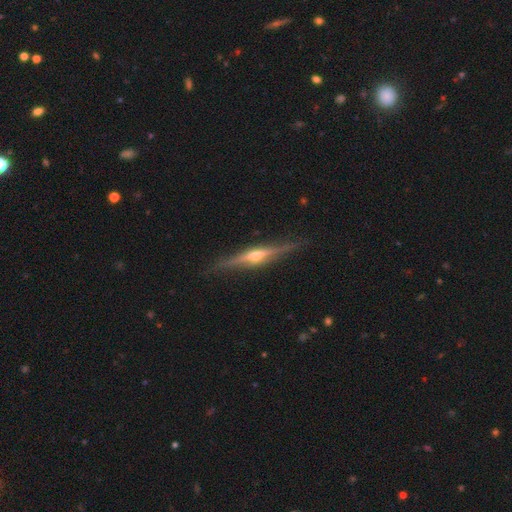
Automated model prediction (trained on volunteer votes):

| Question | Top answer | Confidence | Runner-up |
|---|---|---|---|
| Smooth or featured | featured or disk | 82% | smooth (13%) |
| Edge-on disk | yes | 98% | no (2%) |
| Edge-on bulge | rounded | 87% | boxy (7%) |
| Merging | none | 88% | minor disturbance (9%) |